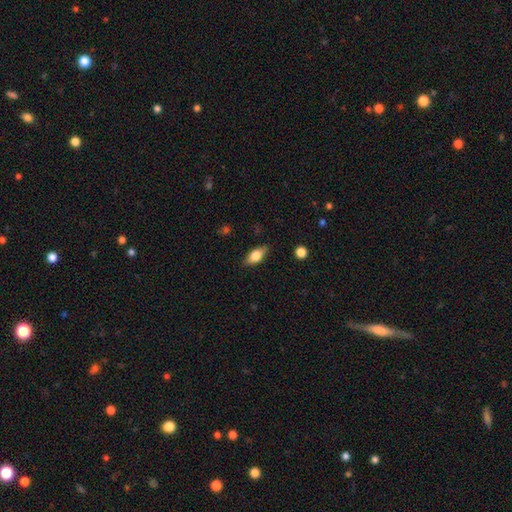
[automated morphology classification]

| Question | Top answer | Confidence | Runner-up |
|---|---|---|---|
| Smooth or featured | smooth | 70% | featured or disk (23%) |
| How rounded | in between | 83% | cigar-shaped (12%) |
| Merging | none | 83% | minor disturbance (13%) |